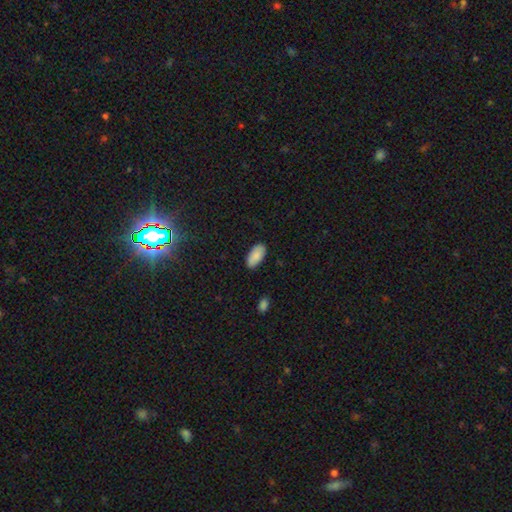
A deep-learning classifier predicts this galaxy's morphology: Q: Smooth or featured?
A: smooth (88%); runner-up: star or artifact (6%)
Q: How rounded?
A: in between (95%); runner-up: cigar-shaped (3%)
Q: Merging?
A: none (87%); runner-up: minor disturbance (10%)